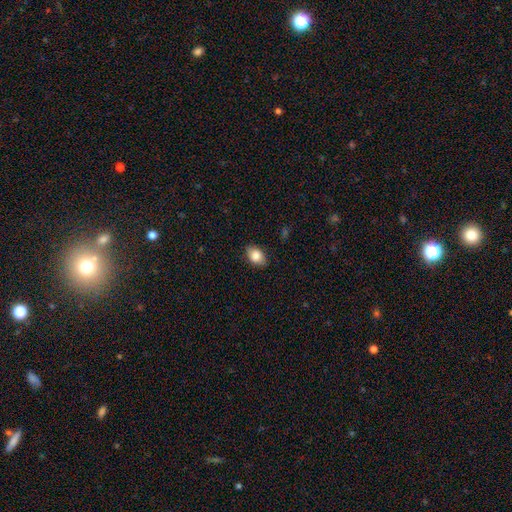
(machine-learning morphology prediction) A smooth galaxy with no disk features (84%) that is in between round and cigar-shaped (84%).

Vote fractions:
- Smooth or featured? smooth: 84% / featured or disk: 8% / star or artifact: 8%
- How rounded? in between: 84% / round: 15% / cigar-shaped: 1%
- Merging? none: 86% / minor disturbance: 11% / major disturbance: 2% / merger: 1%